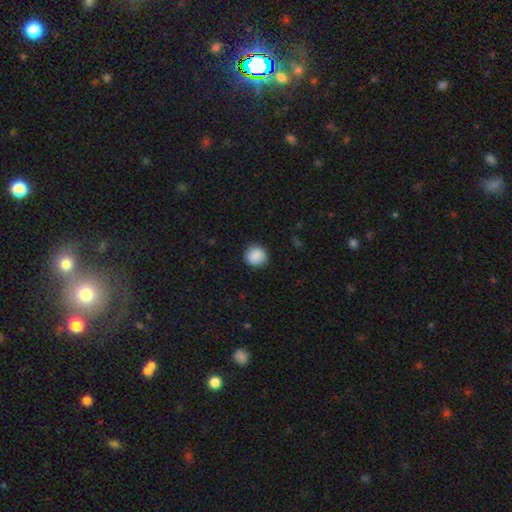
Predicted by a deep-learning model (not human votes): Smooth or featured? Predicted: smooth (p=0.89). How rounded? Predicted: round (p=0.93). Merging? Predicted: none (p=0.89).